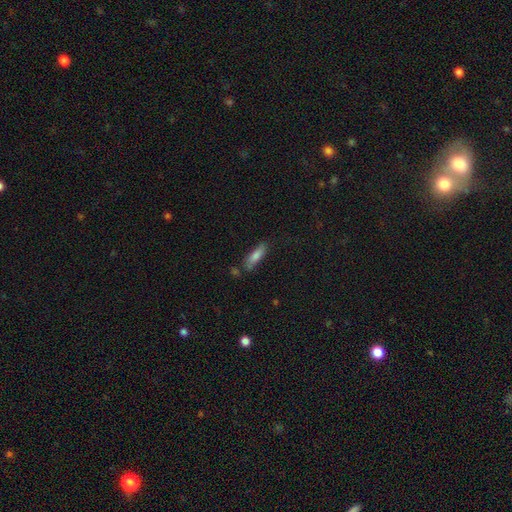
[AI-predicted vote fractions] Smooth or featured?
  - smooth: 72% *
  - featured or disk: 19%
  - star or artifact: 9%
How rounded?
  - cigar-shaped: 60% *
  - in between: 37%
  - round: 2%
Merging?
  - none: 72% *
  - minor disturbance: 18%
  - merger: 6%
  - major disturbance: 4%